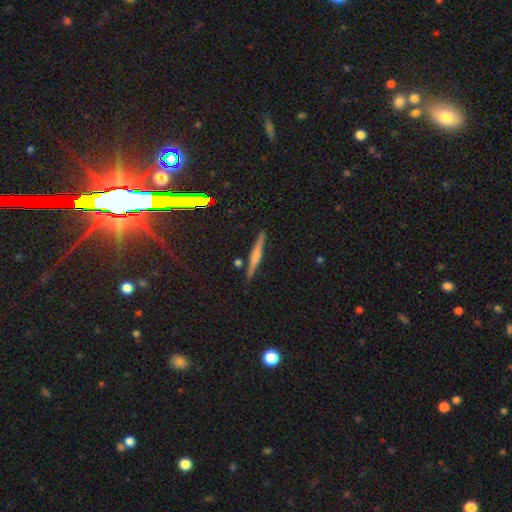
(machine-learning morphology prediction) Smooth or featured: featured or disk — 50% (smooth — 39%)
Edge-on disk: yes — 96% (no — 4%)
Merging: none — 87% (minor disturbance — 8%)